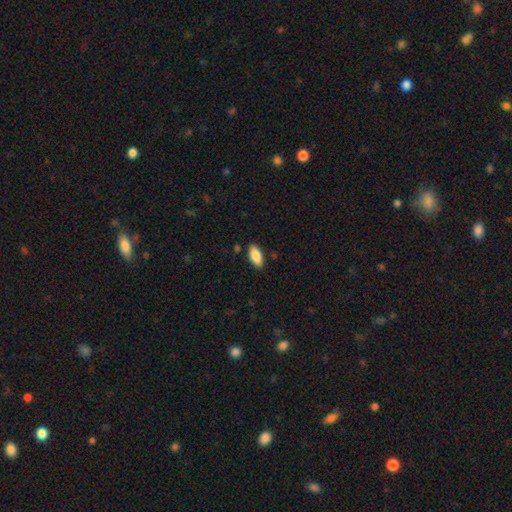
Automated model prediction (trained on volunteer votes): A smooth galaxy with no disk features (87%) that is in between round and cigar-shaped (90%). Merging: none (86%).